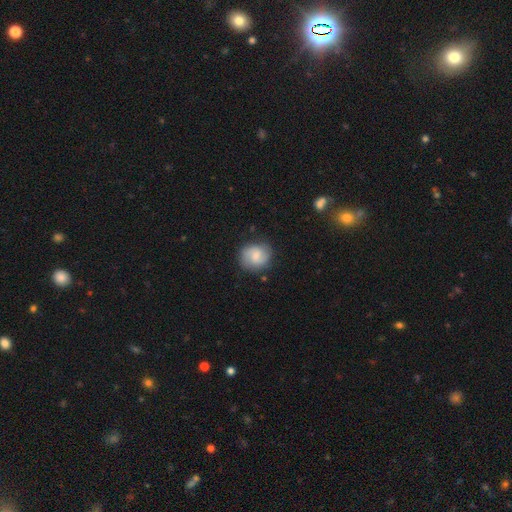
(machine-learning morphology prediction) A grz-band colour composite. It shows a smooth galaxy with no disk features (51%) that is round (79%). Merging: none (79%).